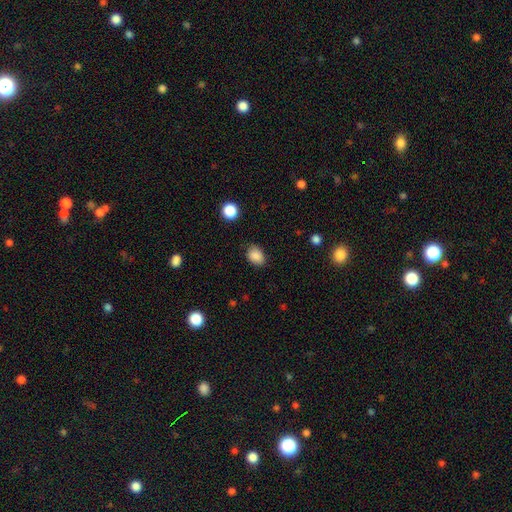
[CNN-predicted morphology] type=smooth (87%); roundness=in between (71%); merging=none (79%).